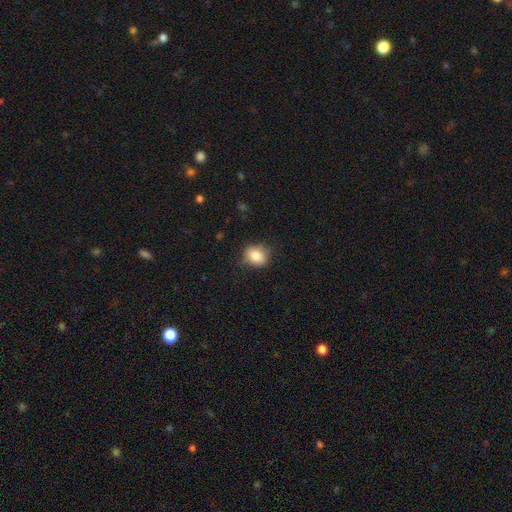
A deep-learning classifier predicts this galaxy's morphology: smooth-or-featured: smooth: 83% | star or artifact: 9% | featured or disk: 8%
  how-rounded: round: 54% | in between: 45% | cigar-shaped: 1%
  merging: none: 76% | minor disturbance: 19% | major disturbance: 4% | merger: 1%